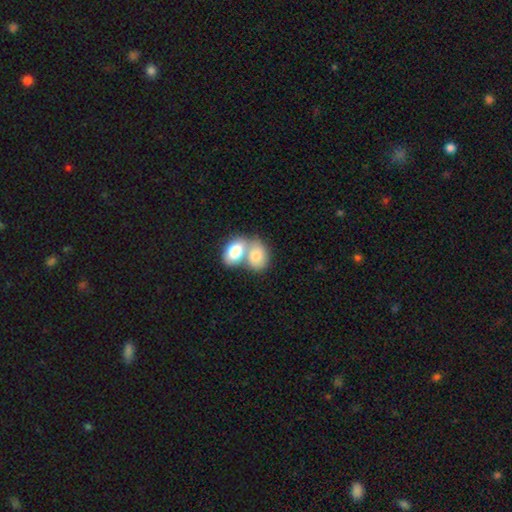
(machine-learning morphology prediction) smooth 78%, featured or disk 15%, star or artifact 6%. Down the decision tree: how rounded — in between (78%); merging — merger (71%).